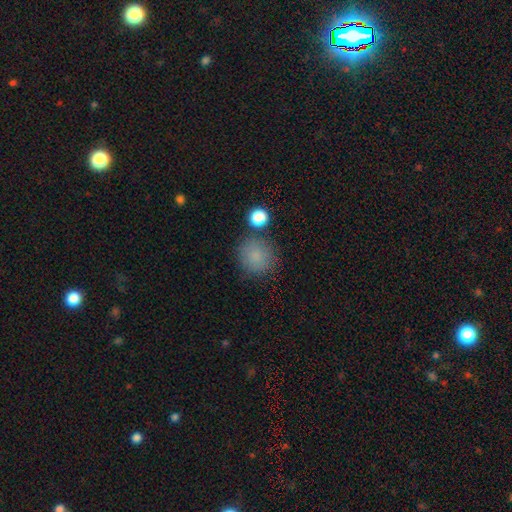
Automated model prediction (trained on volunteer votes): smooth_or_featured: smooth (p=0.83) [alt: star or artifact p=0.11]
how_rounded: round (p=0.91) [alt: in between p=0.08]
merging: none (p=0.79) [alt: minor disturbance p=0.11]